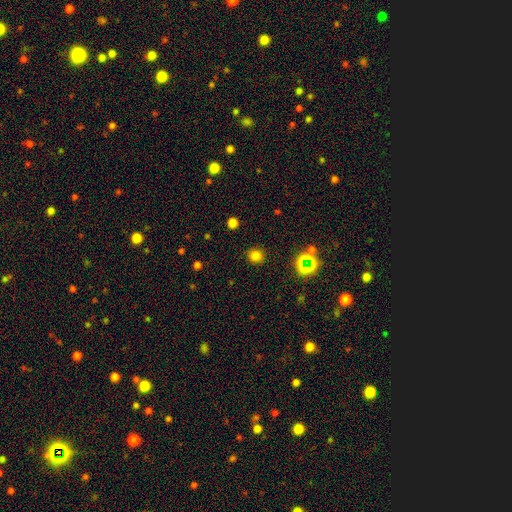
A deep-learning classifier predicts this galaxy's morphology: Overall: smooth (76%). How rounded: round (89%). Merging: none (90%).